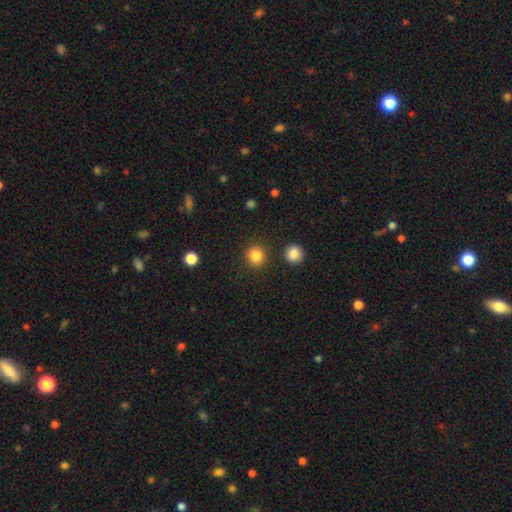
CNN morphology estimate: Overall: smooth (86%). How rounded: round (92%). Merging: none (89%).